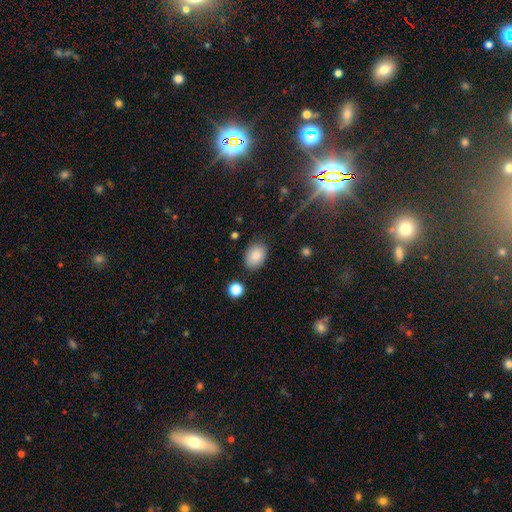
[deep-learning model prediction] Overall: smooth (86%). How rounded: in between (77%). Merging: none (83%).